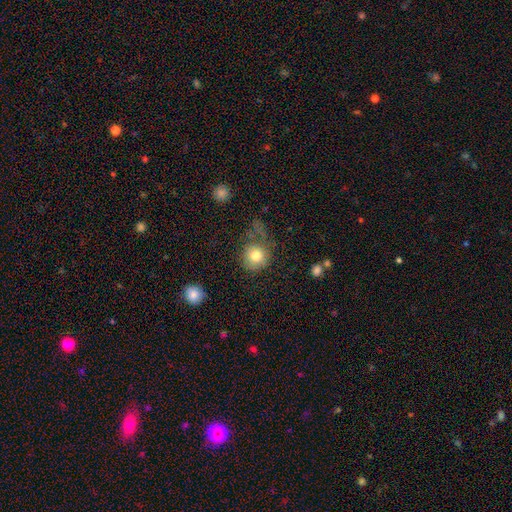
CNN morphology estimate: smooth 79%, featured or disk 11%, star or artifact 10%. Down the decision tree: how rounded — round (88%); merging — none (51%).